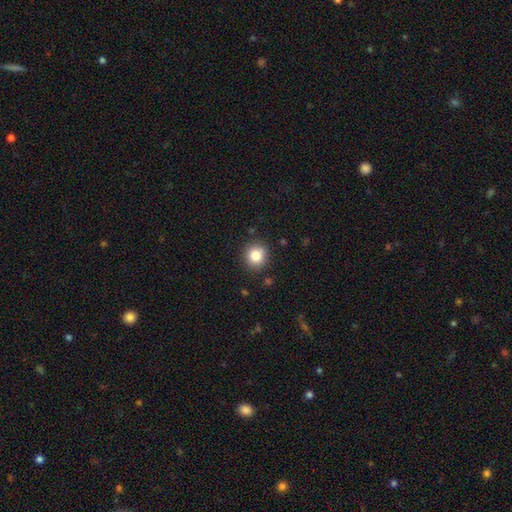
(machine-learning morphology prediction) Smooth or featured? Predicted: smooth (p=0.84). How rounded? Predicted: round (p=0.89). Merging? Predicted: none (p=0.88).